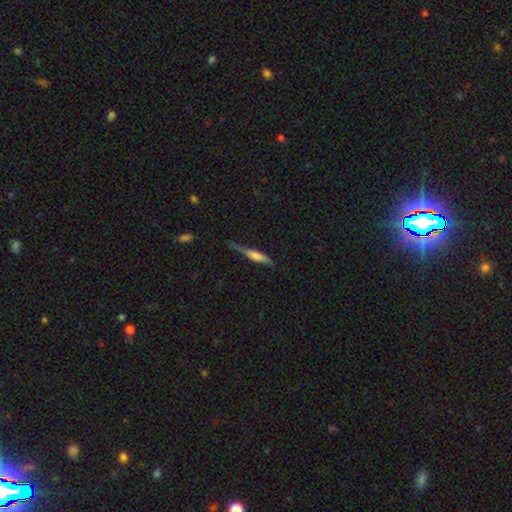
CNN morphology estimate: Smooth or featured: smooth — 58% (featured or disk — 35%)
How rounded: cigar-shaped — 85% (in between — 13%)
Merging: none — 54% (minor disturbance — 33%)